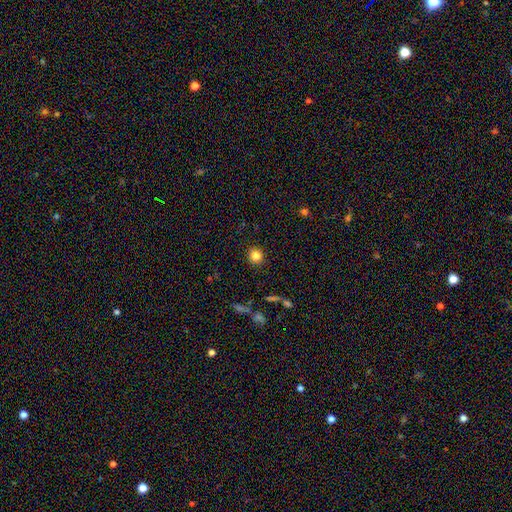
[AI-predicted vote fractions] smooth_or_featured: smooth (p=0.82) [alt: star or artifact p=0.12]
how_rounded: round (p=0.91) [alt: in between p=0.08]
merging: none (p=0.91) [alt: minor disturbance p=0.05]